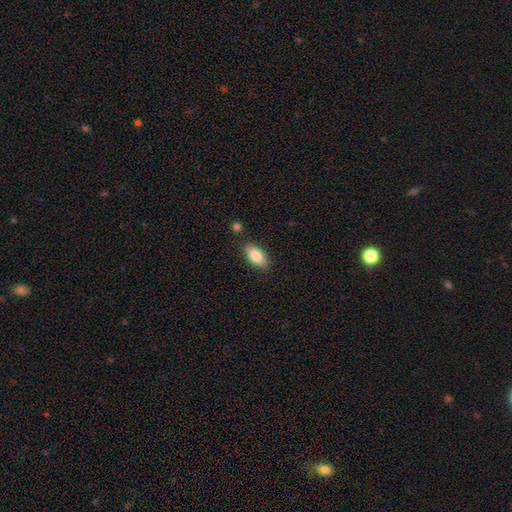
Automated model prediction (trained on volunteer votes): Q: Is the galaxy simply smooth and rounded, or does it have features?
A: smooth — 84%.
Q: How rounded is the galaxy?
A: in between — 88%.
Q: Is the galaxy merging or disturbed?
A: none — 85%.